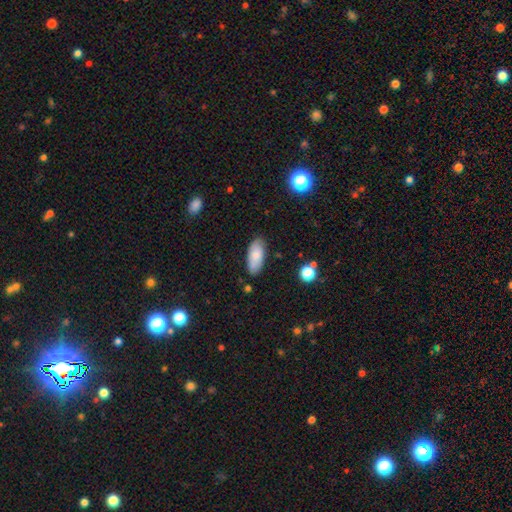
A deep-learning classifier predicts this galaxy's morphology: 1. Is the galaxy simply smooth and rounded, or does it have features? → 77% smooth, 16% featured or disk, 7% star or artifact.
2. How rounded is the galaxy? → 87% in between, 11% cigar-shaped, 2% round.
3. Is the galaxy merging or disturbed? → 82% none, 14% minor disturbance, 3% major disturbance, 2% merger.